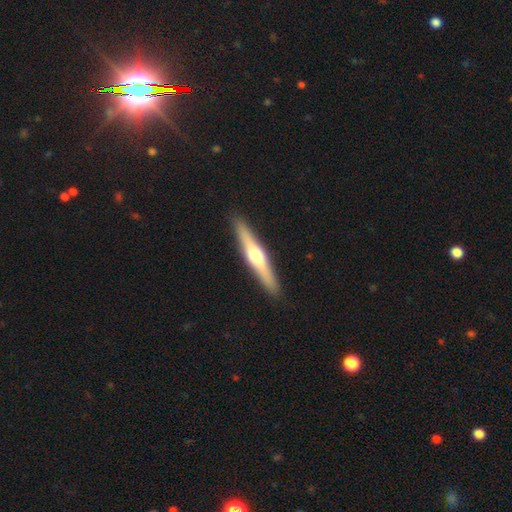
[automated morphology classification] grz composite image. It shows a featured or disk galaxy (58%) viewed edge-on (96%) with a rounded central bulge (90%). Merging: none (91%).